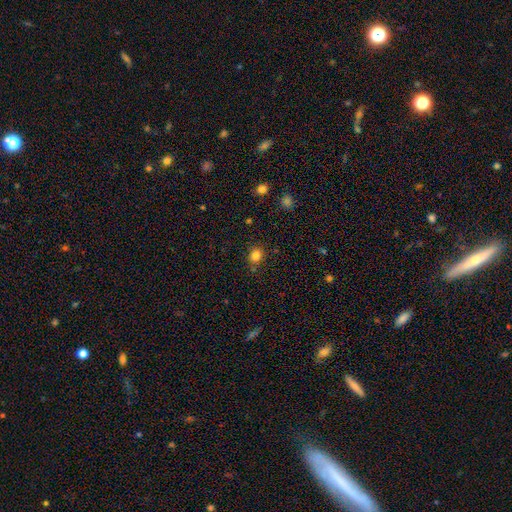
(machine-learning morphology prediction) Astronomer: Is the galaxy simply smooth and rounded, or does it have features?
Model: smooth — 82%.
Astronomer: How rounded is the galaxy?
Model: round — 70%.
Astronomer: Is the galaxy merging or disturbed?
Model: none — 81%.